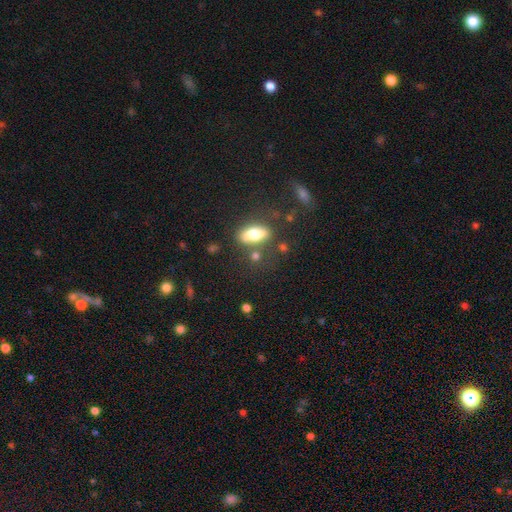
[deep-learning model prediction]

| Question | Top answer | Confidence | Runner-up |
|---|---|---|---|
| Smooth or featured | smooth | 68% | featured or disk (22%) |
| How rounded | in between | 73% | cigar-shaped (17%) |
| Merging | none | 66% | minor disturbance (16%) |